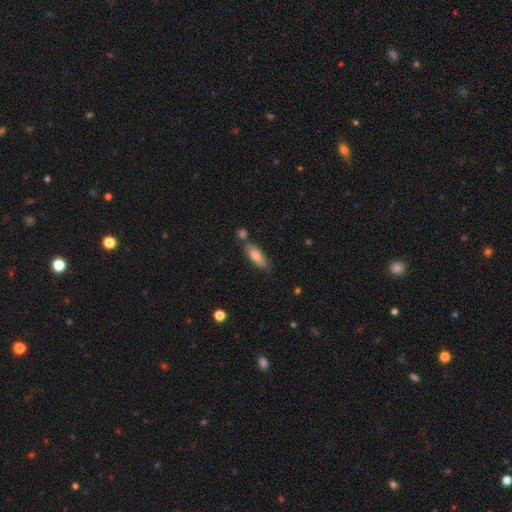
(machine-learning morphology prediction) Smooth or featured?
  - smooth: 75% *
  - featured or disk: 18%
  - star or artifact: 7%
How rounded?
  - in between: 59% *
  - cigar-shaped: 39%
  - round: 2%
Merging?
  - none: 64% *
  - minor disturbance: 18%
  - merger: 14%
  - major disturbance: 4%